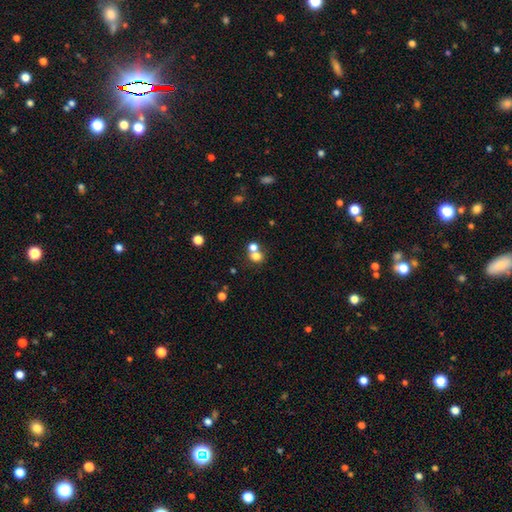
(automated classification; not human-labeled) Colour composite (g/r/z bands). It shows a smooth galaxy with no disk features (73%) that is round (74%). Merging: merger (47%).